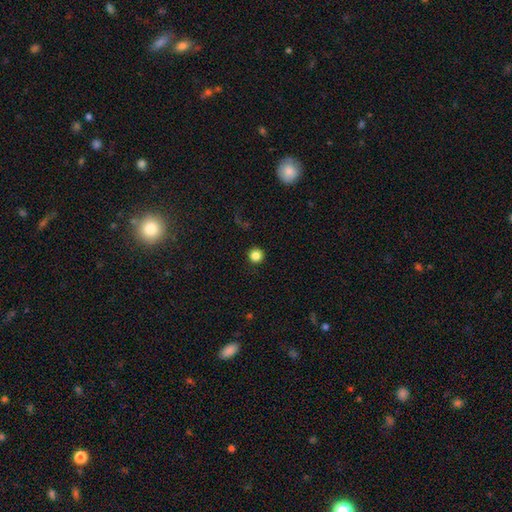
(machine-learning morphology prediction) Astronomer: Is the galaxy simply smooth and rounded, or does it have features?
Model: smooth — 85%.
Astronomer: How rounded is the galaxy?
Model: round — 96%.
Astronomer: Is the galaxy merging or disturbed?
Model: none — 92%.